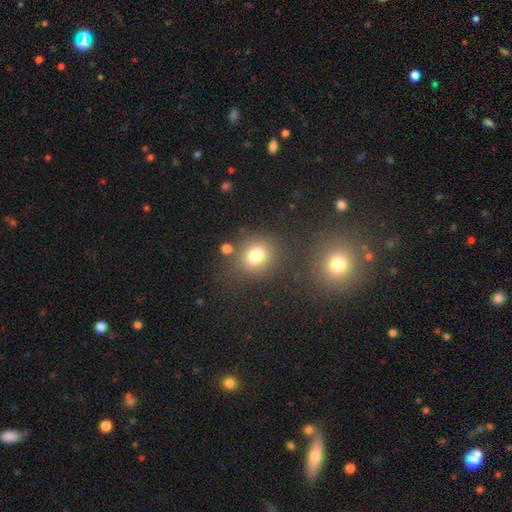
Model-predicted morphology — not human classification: type=smooth (77%); roundness=round (71%); merging=none (74%).